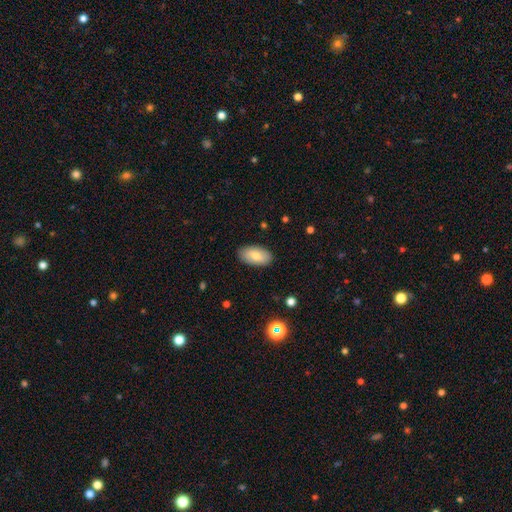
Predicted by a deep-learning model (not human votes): Smooth or featured? Predicted: smooth (p=0.75). How rounded? Predicted: in between (p=0.94). Merging? Predicted: none (p=0.87).